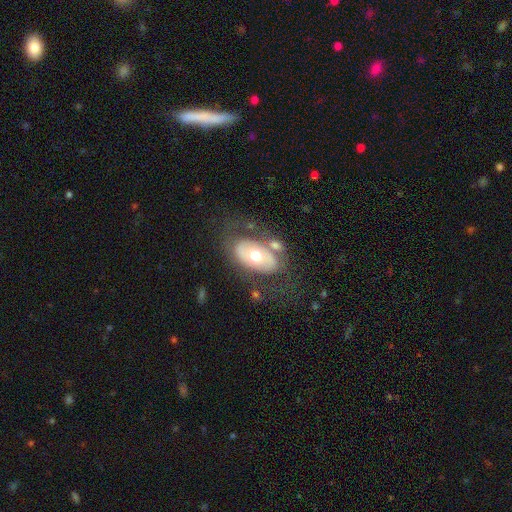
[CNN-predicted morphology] type=featured or disk (52%); edge-on=no (90%); merging=none (58%).